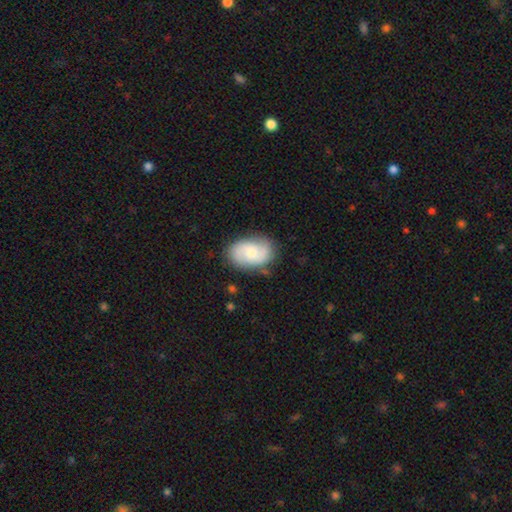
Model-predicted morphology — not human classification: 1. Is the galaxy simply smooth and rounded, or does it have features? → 54% featured or disk, 39% smooth, 6% star or artifact.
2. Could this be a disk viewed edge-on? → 96% no, 4% yes.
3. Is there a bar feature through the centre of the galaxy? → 62% no, 33% weak, 5% strong.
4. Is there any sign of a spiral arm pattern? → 85% yes, 15% no.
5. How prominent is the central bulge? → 56% moderate, 34% small, 6% large, 2% none, 1% dominant.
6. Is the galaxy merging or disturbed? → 76% none, 17% minor disturbance, 5% major disturbance, 2% merger.